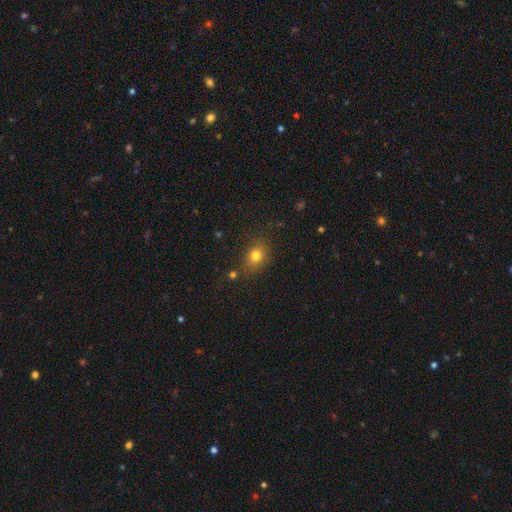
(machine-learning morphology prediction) Smooth or featured: smooth — 78% (star or artifact — 14%)
How rounded: in between — 53% (round — 46%)
Merging: none — 77% (minor disturbance — 14%)